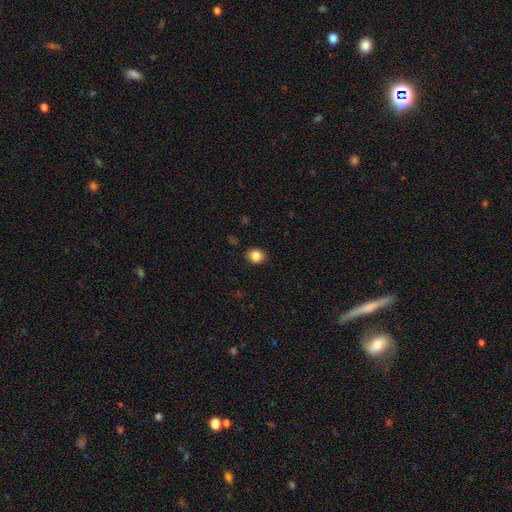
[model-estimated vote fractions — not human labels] This is clearly a smooth galaxy (85%). How rounded: likely round (72%). Merging: clearly none (87%).